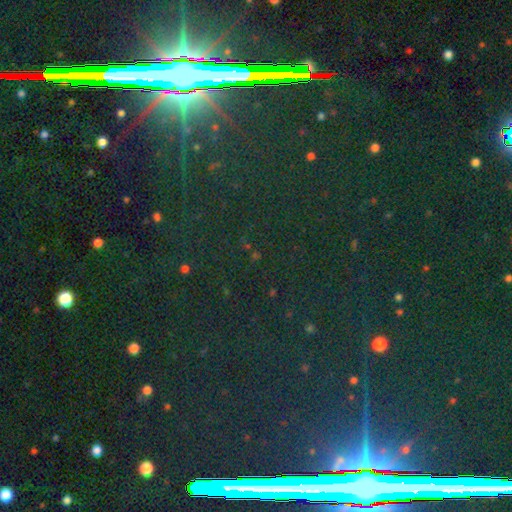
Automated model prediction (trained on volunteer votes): The model was most divided on "smooth or featured": star or artifact: 80%, smooth: 11%, featured or disk: 9%.